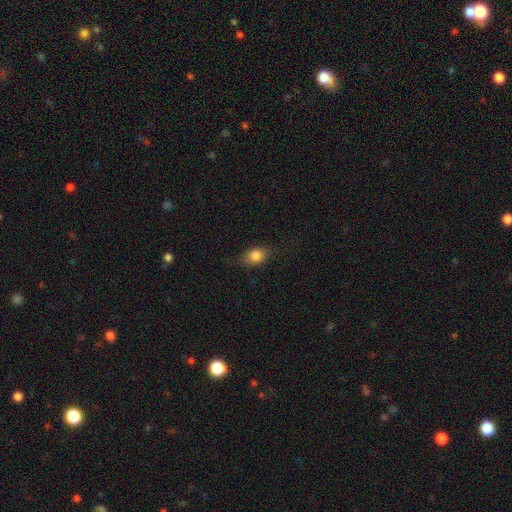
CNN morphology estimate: Smooth or featured? smooth (81%)
How rounded? in between (68%)
Merging? none (76%)